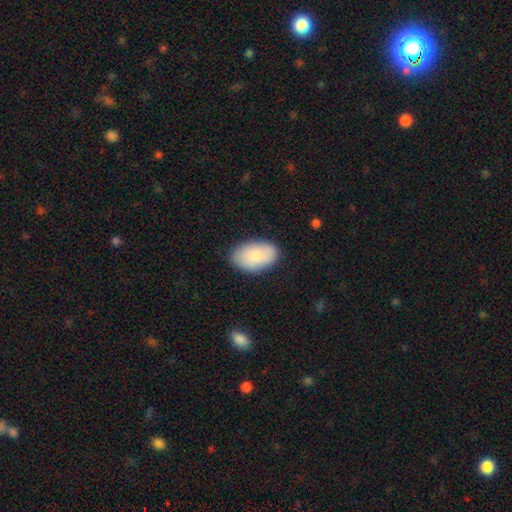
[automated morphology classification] Smooth or featured? Predicted: smooth (p=0.85). How rounded? Predicted: in between (p=0.94). Merging? Predicted: none (p=0.85).